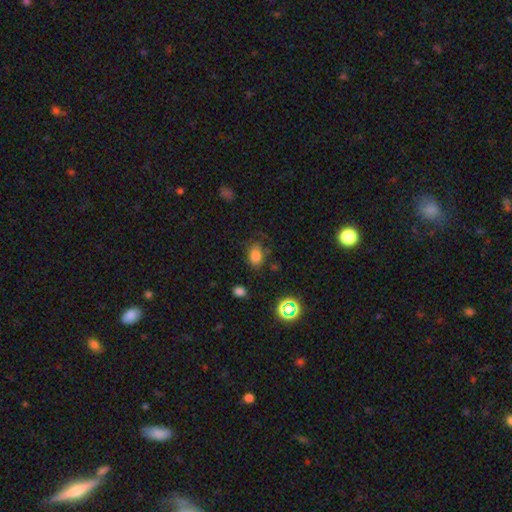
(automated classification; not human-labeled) Smooth or featured? smooth (78%)
How rounded? in between (76%)
Merging? none (71%)